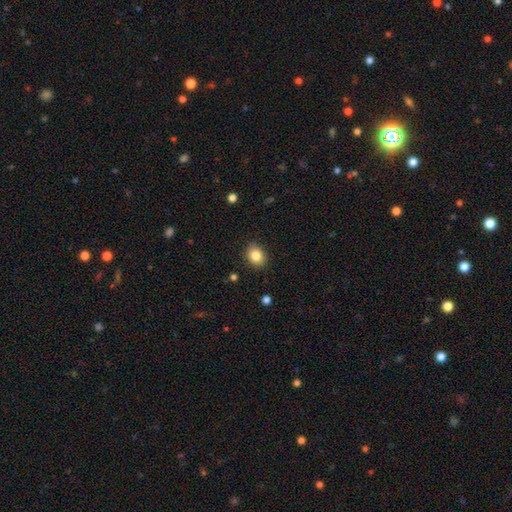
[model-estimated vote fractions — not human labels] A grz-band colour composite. It shows a smooth galaxy with no disk features (84%) that is in between round and cigar-shaped (59%). Merging: none (87%).